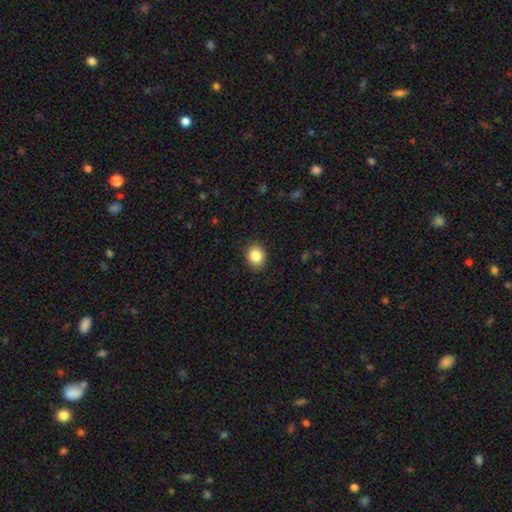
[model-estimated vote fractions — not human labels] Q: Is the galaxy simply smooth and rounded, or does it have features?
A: smooth — 85%.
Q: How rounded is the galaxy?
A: round — 67%.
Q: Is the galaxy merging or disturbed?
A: none — 90%.